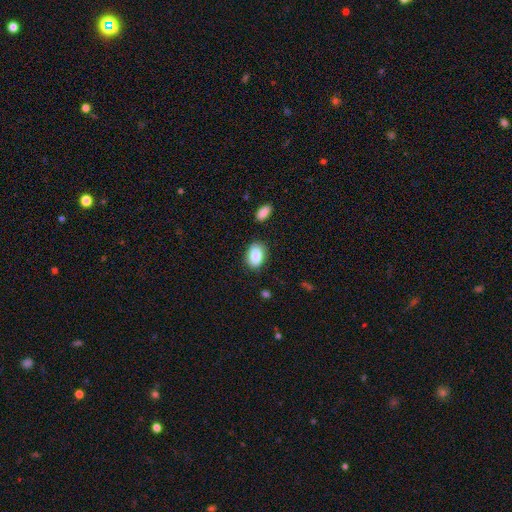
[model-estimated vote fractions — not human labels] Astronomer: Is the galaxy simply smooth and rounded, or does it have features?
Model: smooth — 87%.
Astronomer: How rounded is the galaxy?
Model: in between — 86%.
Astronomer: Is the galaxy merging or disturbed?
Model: none — 82%.